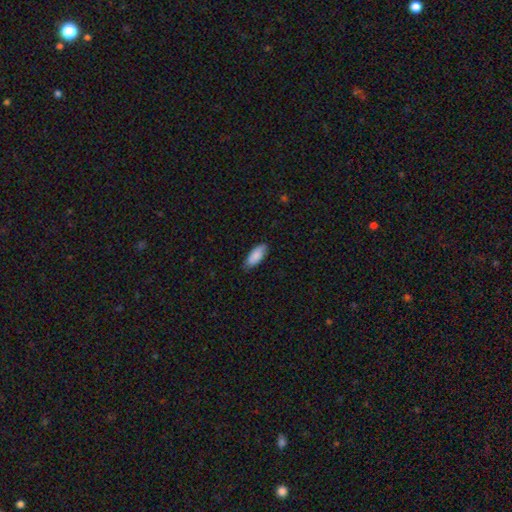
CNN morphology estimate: smooth 88%, featured or disk 6%, star or artifact 6%. Down the decision tree: how rounded — in between (84%); merging — none (83%).